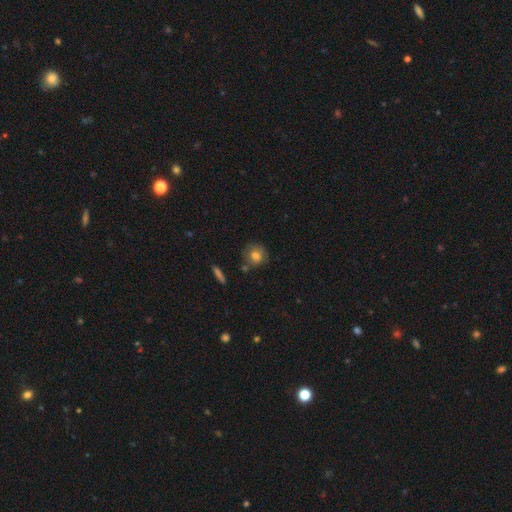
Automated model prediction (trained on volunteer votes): smooth_or_featured: smooth (p=0.70) [alt: featured or disk p=0.21]
how_rounded: round (p=0.80) [alt: in between p=0.18]
merging: none (p=0.69) [alt: minor disturbance p=0.19]